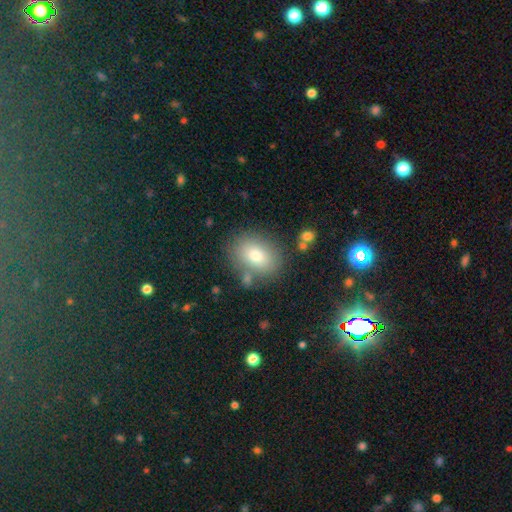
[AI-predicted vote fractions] smooth_or_featured: smooth (p=0.72) [alt: star or artifact p=0.16]
how_rounded: in between (p=0.62) [alt: round p=0.37]
merging: none (p=0.80) [alt: minor disturbance p=0.11]